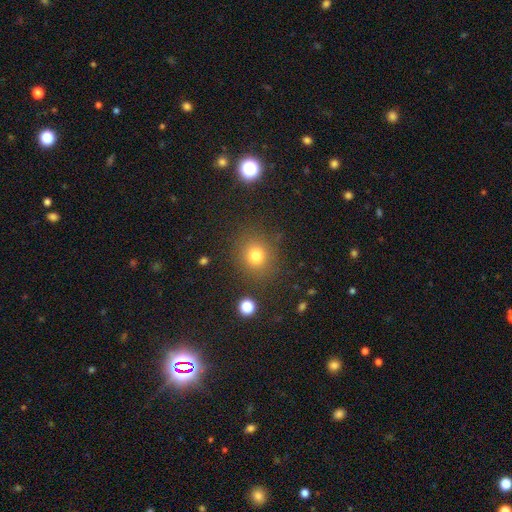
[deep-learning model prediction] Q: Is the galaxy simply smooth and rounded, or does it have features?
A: smooth — 77%.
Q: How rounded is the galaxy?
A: round — 82%.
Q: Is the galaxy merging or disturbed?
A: none — 84%.